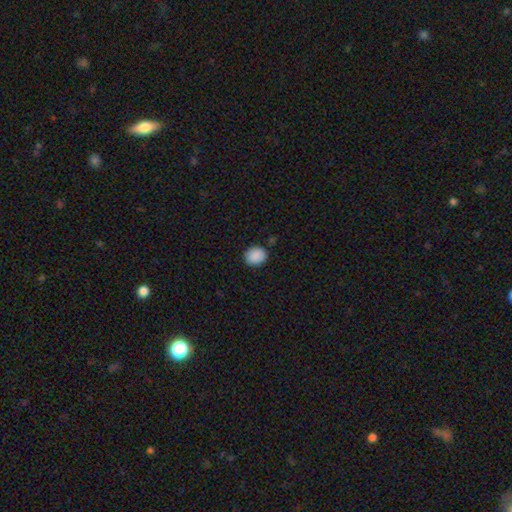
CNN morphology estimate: The model was most divided on "how rounded": round: 61%, in between: 38%, cigar-shaped: 1%. More confident: smooth or featured — smooth (89%); merging — none (87%).